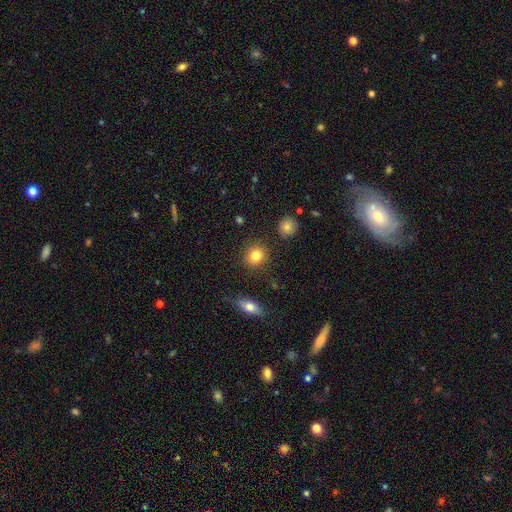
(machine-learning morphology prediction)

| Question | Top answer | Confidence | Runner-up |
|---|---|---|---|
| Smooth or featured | smooth | 83% | star or artifact (10%) |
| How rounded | round | 85% | in between (14%) |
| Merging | none | 89% | minor disturbance (7%) |